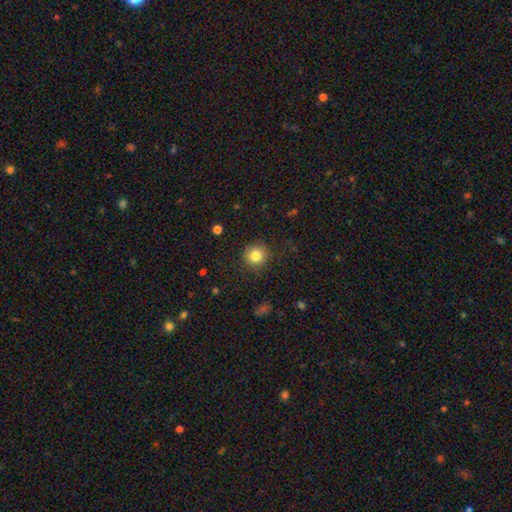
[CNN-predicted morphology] Overall: smooth (83%). How rounded: round (92%). Merging: none (86%).